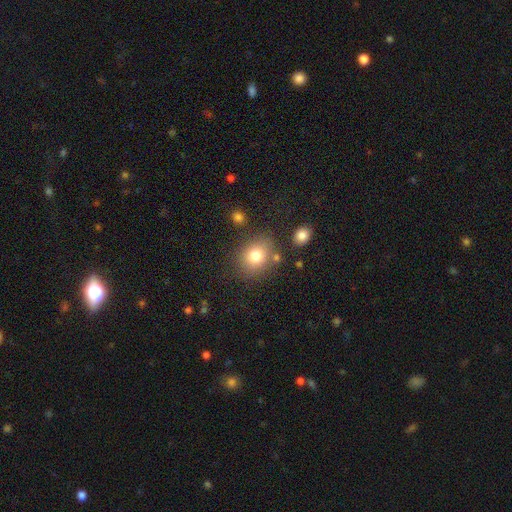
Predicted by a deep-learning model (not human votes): Overall: smooth (78%). How rounded: round (59%; in between 40%). Merging: none (76%).